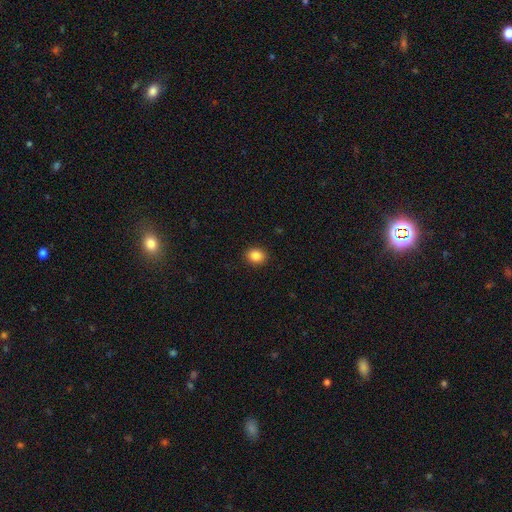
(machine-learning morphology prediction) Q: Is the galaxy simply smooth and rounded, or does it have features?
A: smooth — 87%.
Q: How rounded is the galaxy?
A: round — 55%.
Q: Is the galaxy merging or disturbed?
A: none — 91%.